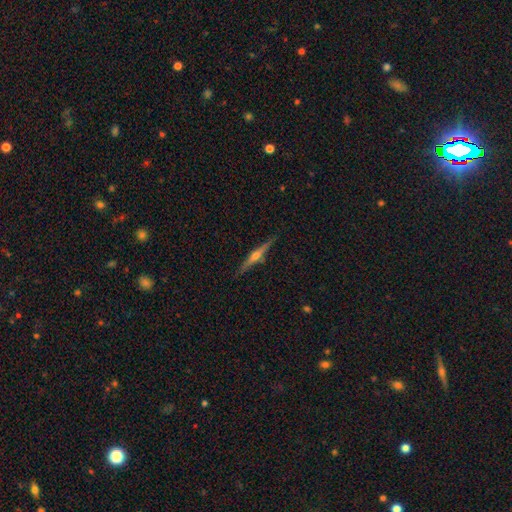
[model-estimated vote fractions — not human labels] Smooth or featured? featured or disk (79%)
Edge-on disk? yes (98%)
Edge-on bulge? rounded (90%)
Merging? none (89%)